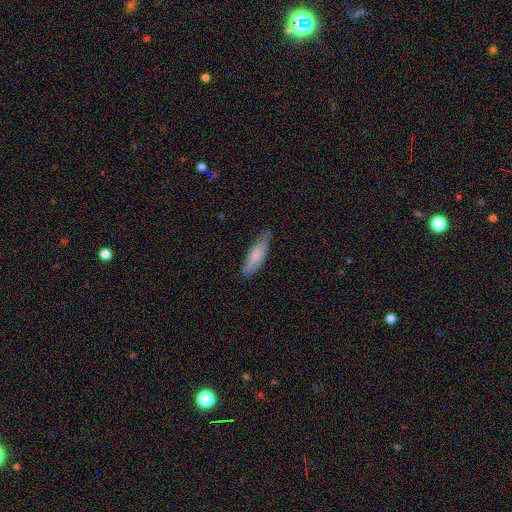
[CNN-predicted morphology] Smooth or featured: smooth — 73% (featured or disk — 21%)
How rounded: in between — 51% (cigar-shaped — 48%)
Merging: none — 68% (minor disturbance — 26%)